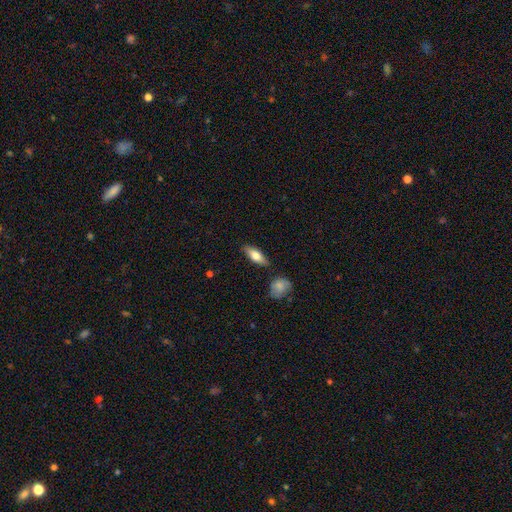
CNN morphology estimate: A smooth galaxy with no disk features (71%) that is in between round and cigar-shaped (67%). Merging: none (84%).